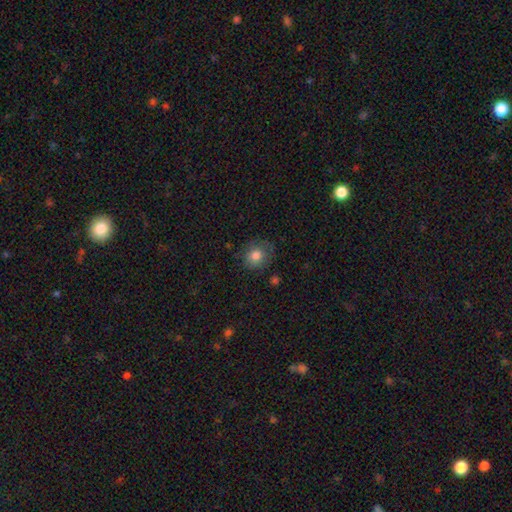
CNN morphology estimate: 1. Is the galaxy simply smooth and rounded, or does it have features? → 80% smooth, 11% featured or disk, 10% star or artifact.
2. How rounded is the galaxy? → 79% round, 20% in between, 1% cigar-shaped.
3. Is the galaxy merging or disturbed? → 74% none, 18% minor disturbance, 6% major disturbance, 2% merger.